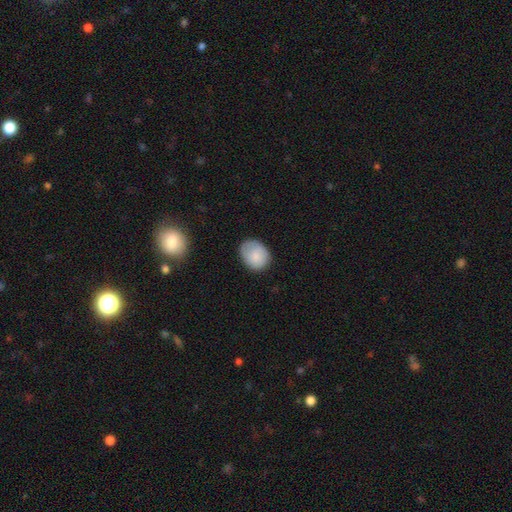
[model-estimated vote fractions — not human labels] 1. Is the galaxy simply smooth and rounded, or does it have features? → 84% smooth, 9% featured or disk, 7% star or artifact.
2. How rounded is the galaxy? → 56% in between, 43% round, 1% cigar-shaped.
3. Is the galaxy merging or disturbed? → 73% none, 21% minor disturbance, 5% major disturbance, 1% merger.